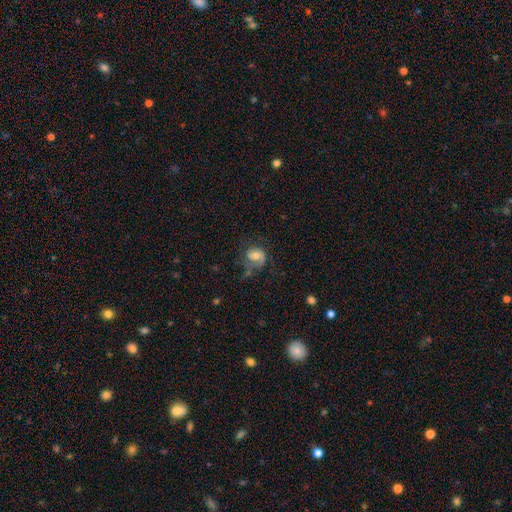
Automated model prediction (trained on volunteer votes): smooth-or-featured: smooth: 46% | featured or disk: 45% | star or artifact: 9%
  merging: none: 47% | minor disturbance: 25% | major disturbance: 22% | merger: 6%